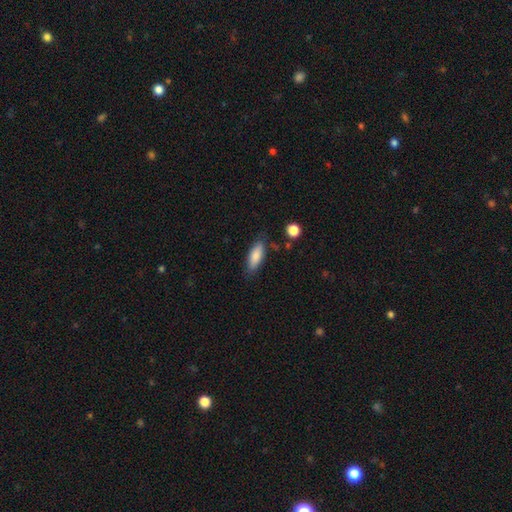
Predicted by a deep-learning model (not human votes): Overall: smooth (83%). How rounded: in between (68%; cigar-shaped 30%). Merging: none (78%).